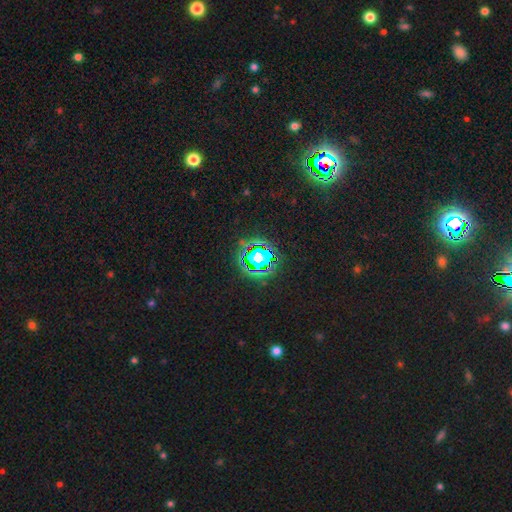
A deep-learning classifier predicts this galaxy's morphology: Smooth or featured: star or artifact — 80% (smooth — 12%)